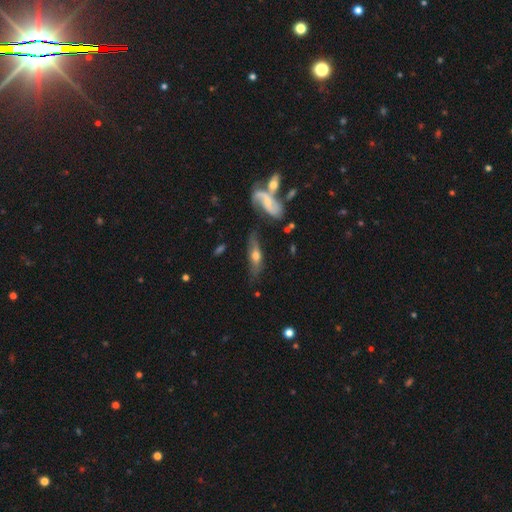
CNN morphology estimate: Smooth or featured?
  - featured or disk: 53% *
  - smooth: 39%
  - star or artifact: 7%
Edge-on disk?
  - yes: 54% *
  - no: 46%
Merging?
  - none: 60% *
  - minor disturbance: 21%
  - major disturbance: 10%
  - merger: 9%